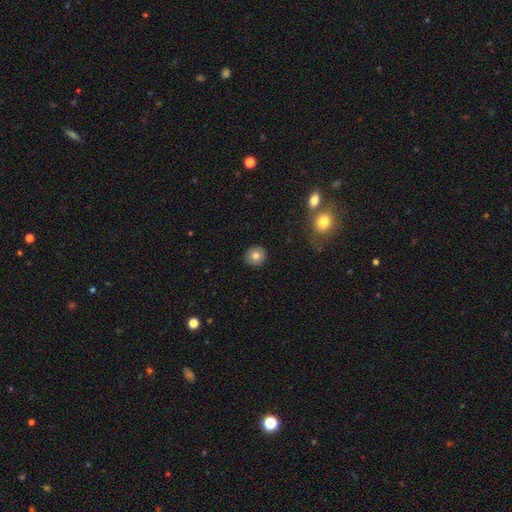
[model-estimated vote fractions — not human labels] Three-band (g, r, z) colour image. It shows a smooth galaxy with no disk features (78%) that is round (92%). Merging: none (90%).